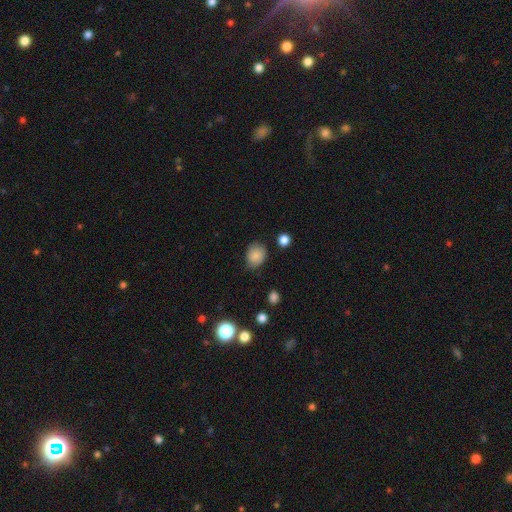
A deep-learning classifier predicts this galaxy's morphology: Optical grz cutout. It shows a smooth galaxy with no disk features (85%) that is round (61%). Merging: none (74%).